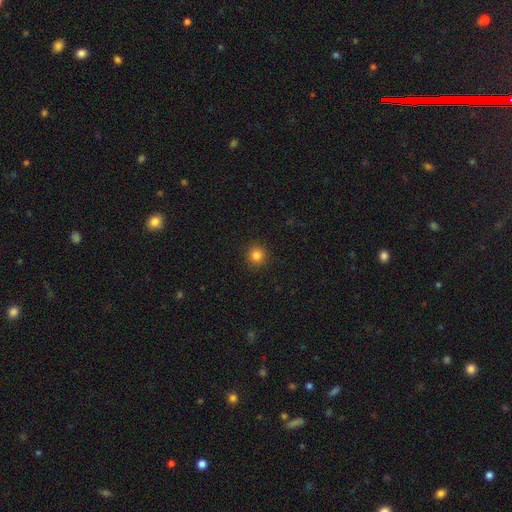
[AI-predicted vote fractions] Smooth or featured? smooth (83%)
How rounded? round (94%)
Merging? none (92%)